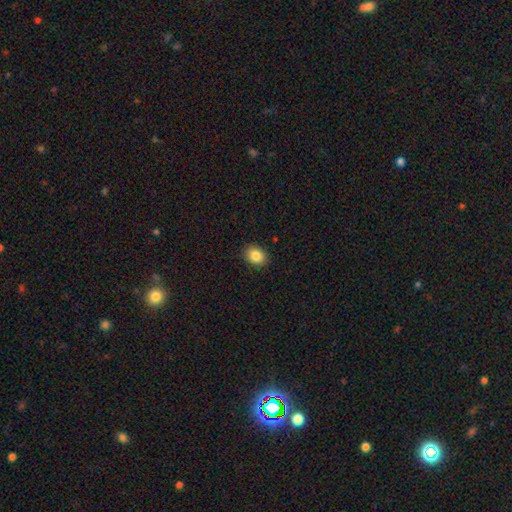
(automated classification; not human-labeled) smooth 85%, star or artifact 9%, featured or disk 6%. Down the decision tree: how rounded — in between (57%); merging — none (90%).